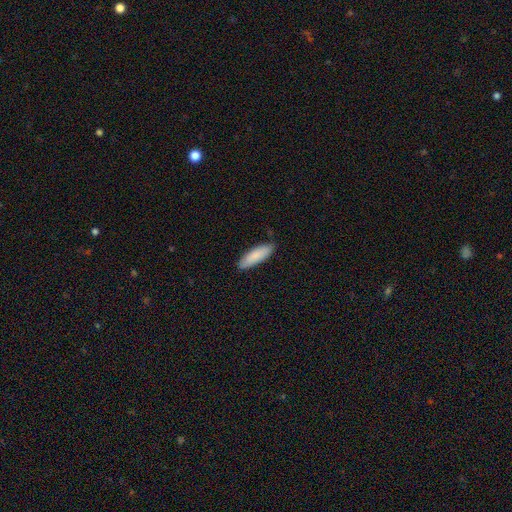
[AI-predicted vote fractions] smooth 86%, featured or disk 8%, star or artifact 5%. Down the decision tree: how rounded — in between (50%); merging — none (84%).